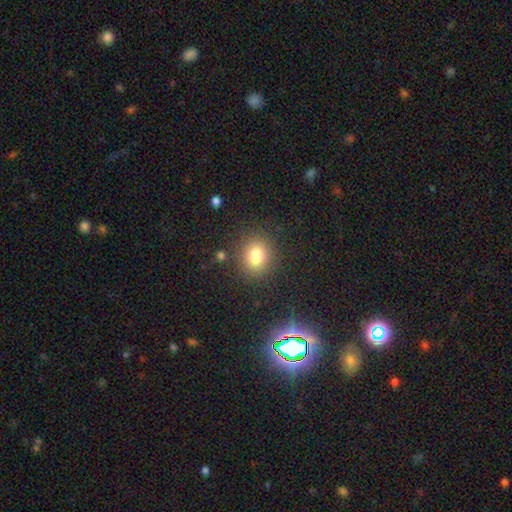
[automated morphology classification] Smooth or featured? smooth (80%)
How rounded? round (73%)
Merging? none (85%)